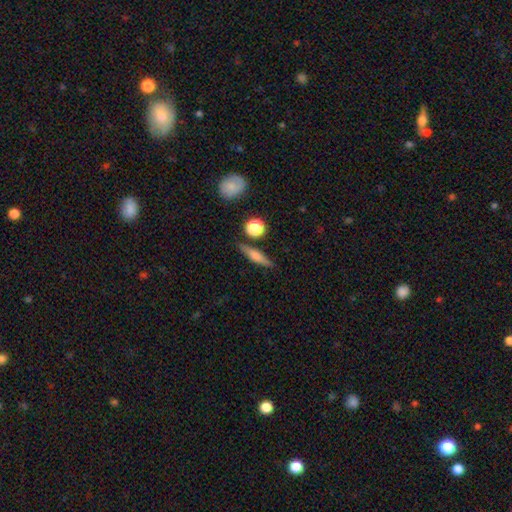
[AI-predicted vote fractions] A smooth galaxy with no disk features (54%) that is cigar-shaped (69%). Merging: none (81%).